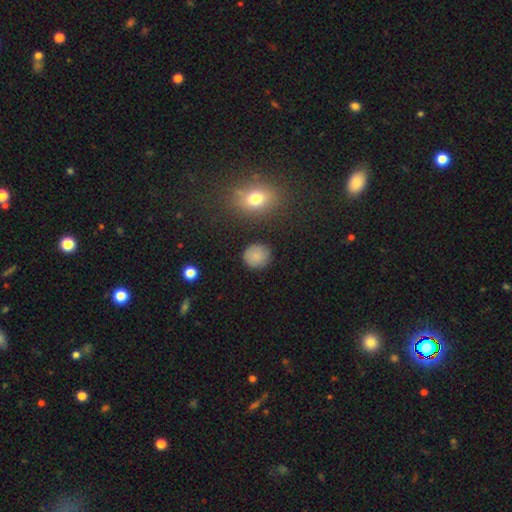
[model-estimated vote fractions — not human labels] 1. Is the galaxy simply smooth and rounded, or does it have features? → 84% smooth, 10% star or artifact, 6% featured or disk.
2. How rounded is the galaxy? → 88% round, 11% in between, 1% cigar-shaped.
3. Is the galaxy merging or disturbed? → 86% none, 9% minor disturbance, 3% major disturbance, 2% merger.